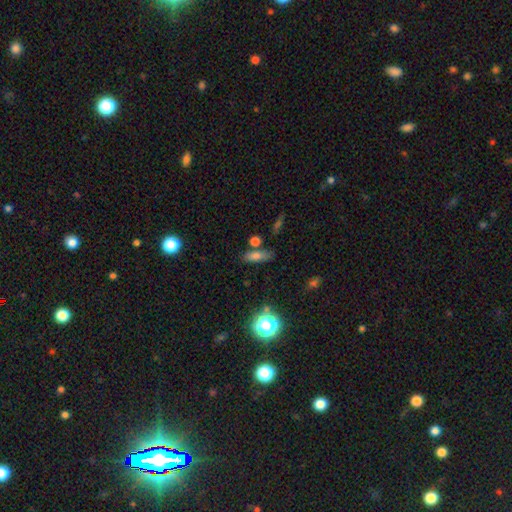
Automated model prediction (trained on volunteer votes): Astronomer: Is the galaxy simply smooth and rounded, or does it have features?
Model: smooth — 72%.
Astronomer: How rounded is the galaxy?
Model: in between — 57% (runner-up: cigar-shaped, 35%).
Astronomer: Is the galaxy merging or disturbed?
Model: none — 70%.